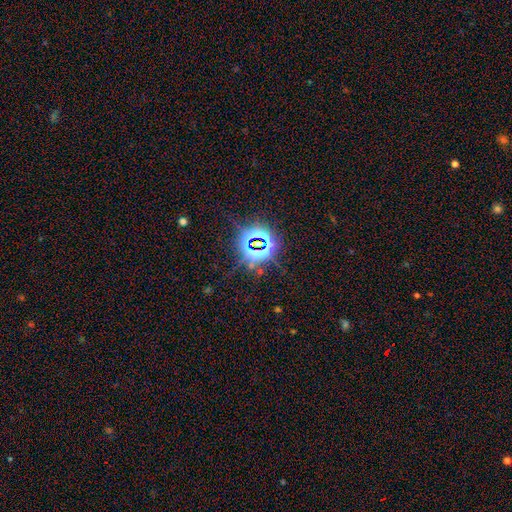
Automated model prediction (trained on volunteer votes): Smooth or featured? star or artifact (82%)